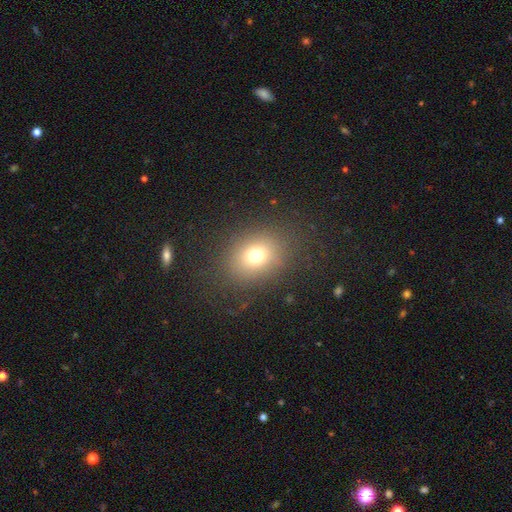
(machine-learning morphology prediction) The model was most divided on "how rounded": round: 56%, in between: 43%, cigar-shaped: 1%. More confident: merging — none (81%); smooth or featured — smooth (71%).